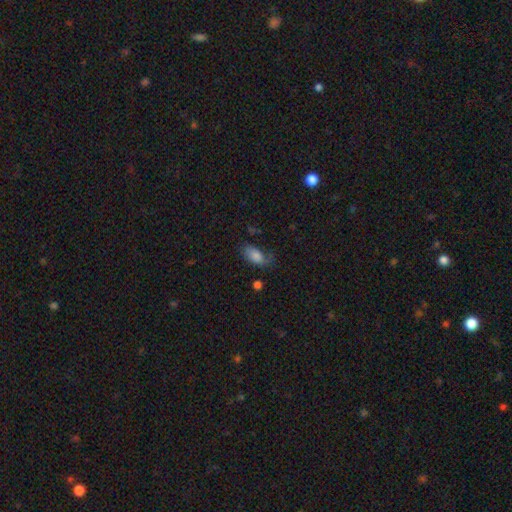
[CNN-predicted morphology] smooth_or_featured: smooth (p=0.74) [alt: featured or disk p=0.18]
how_rounded: in between (p=0.91) [alt: round p=0.05]
merging: none (p=0.49) [alt: minor disturbance p=0.30]